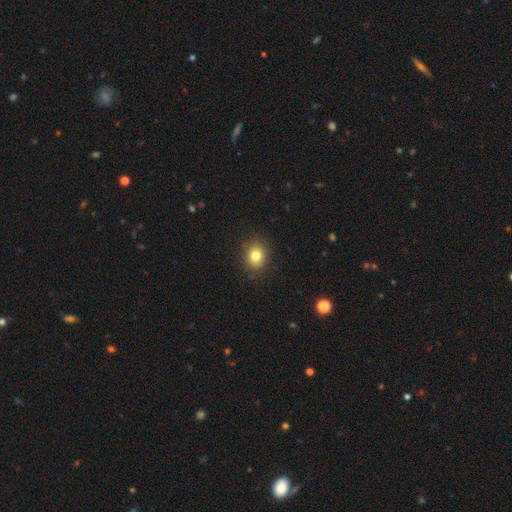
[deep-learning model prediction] The model was most divided on "how rounded": round: 64%, in between: 36%, cigar-shaped: 1%. More confident: merging — none (86%); smooth or featured — smooth (80%).